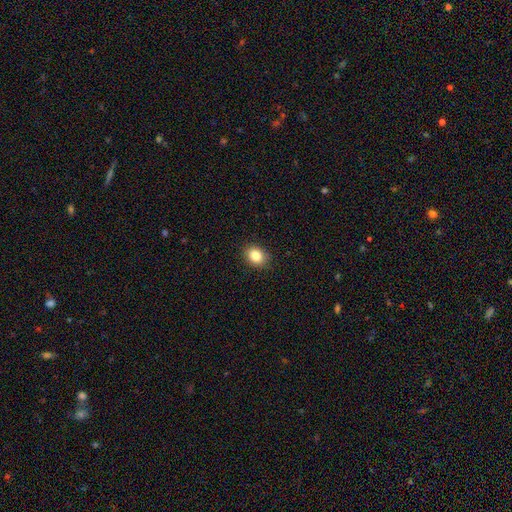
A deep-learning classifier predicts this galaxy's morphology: Smooth or featured?
  - smooth: 85% *
  - star or artifact: 10%
  - featured or disk: 5%
How rounded?
  - in between: 53% *
  - round: 47%
  - cigar-shaped: 1%
Merging?
  - none: 89% *
  - minor disturbance: 8%
  - major disturbance: 2%
  - merger: 1%